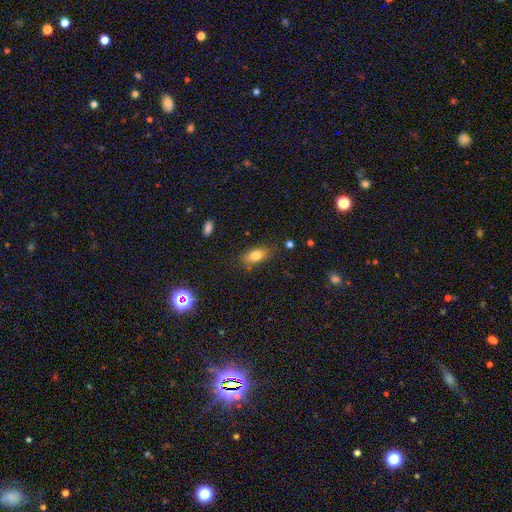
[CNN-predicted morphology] Smooth or featured? Predicted: smooth (p=0.78). How rounded? Predicted: in between (p=0.83). Merging? Predicted: none (p=0.76).